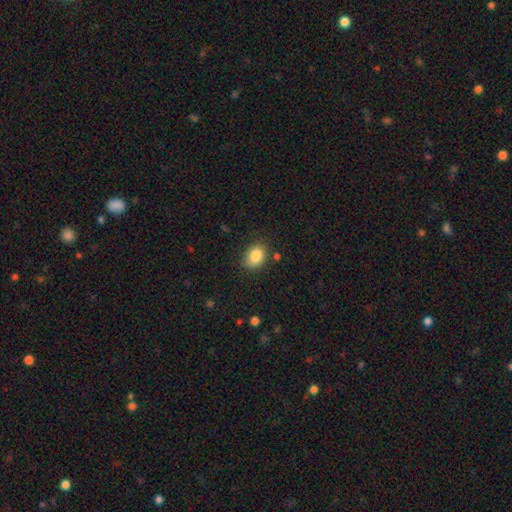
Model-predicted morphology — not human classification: The model was most divided on "how rounded": in between: 65%, round: 34%, cigar-shaped: 1%. More confident: smooth or featured — smooth (86%); merging — none (77%).